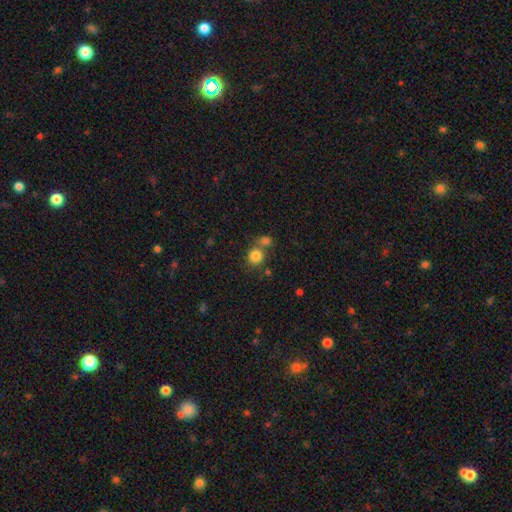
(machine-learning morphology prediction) This appears to be a smooth galaxy with no disk features (82%) that is round (86%). Merging: none (57%).